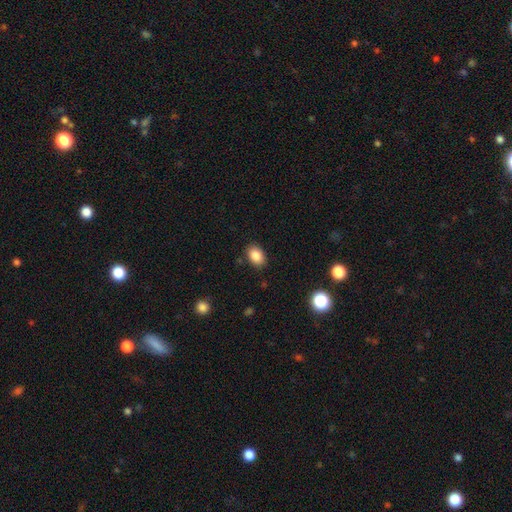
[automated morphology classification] smooth-or-featured: smooth: 86% | star or artifact: 9% | featured or disk: 5%
  how-rounded: in between: 77% | round: 22% | cigar-shaped: 1%
  merging: none: 86% | minor disturbance: 10% | major disturbance: 2% | merger: 1%